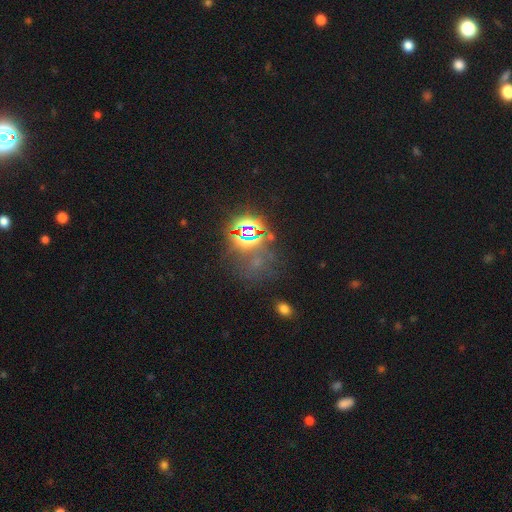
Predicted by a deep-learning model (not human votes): This is likely a star or artifact rather than a galaxy (64%).